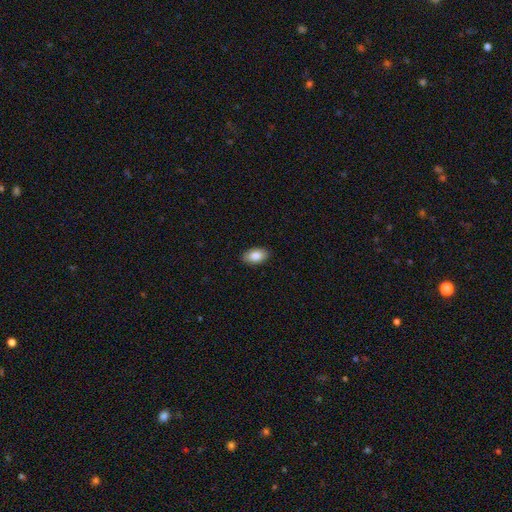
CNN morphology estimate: smooth 85%, featured or disk 8%, star or artifact 7%. Down the decision tree: how rounded — in between (93%); merging — none (89%).